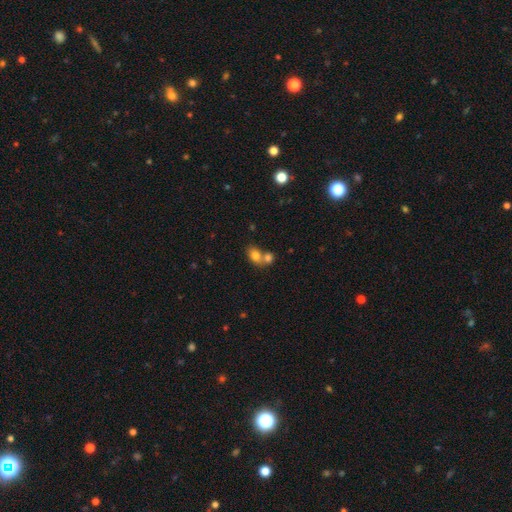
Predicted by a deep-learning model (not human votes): smooth_or_featured: smooth (p=0.79) [alt: featured or disk p=0.11]
how_rounded: in between (p=0.68) [alt: round p=0.30]
merging: merger (p=0.56) [alt: none p=0.33]